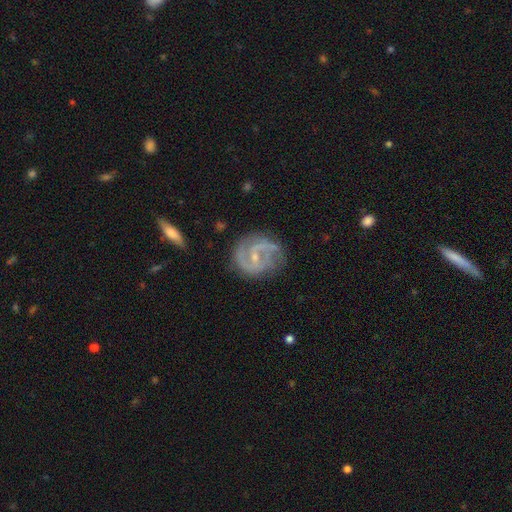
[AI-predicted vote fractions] smooth_or_featured: featured or disk (p=0.87) [alt: smooth p=0.07]
disk_edge_on: no (p=0.97) [alt: yes p=0.03]
bar: weak (p=0.47) [alt: no p=0.37]
has_spiral_arms: yes (p=0.96) [alt: no p=0.04]
spiral_winding: medium (p=0.53) [alt: tight p=0.27]
spiral_arm_count: 2 (p=0.79) [alt: can't tell p=0.07]
bulge_size: small (p=0.70) [alt: moderate p=0.24]
merging: none (p=0.70) [alt: minor disturbance p=0.20]